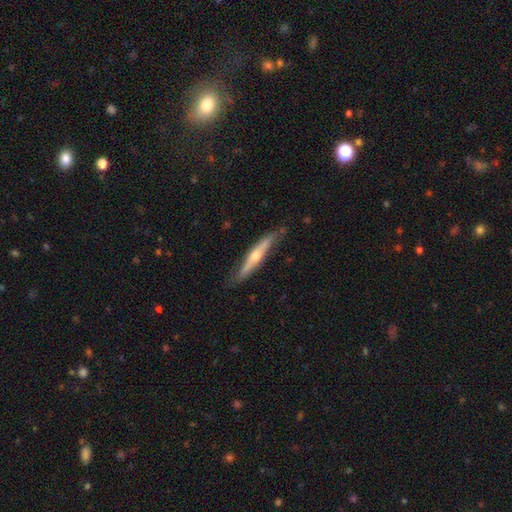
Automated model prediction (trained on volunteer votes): Smooth or featured?
  - featured or disk: 66% *
  - smooth: 28%
  - star or artifact: 5%
Edge-on disk?
  - yes: 93% *
  - no: 7%
Edge-on bulge?
  - rounded: 88% *
  - none: 8%
  - boxy: 3%
Merging?
  - none: 78% *
  - minor disturbance: 18%
  - major disturbance: 3%
  - merger: 2%